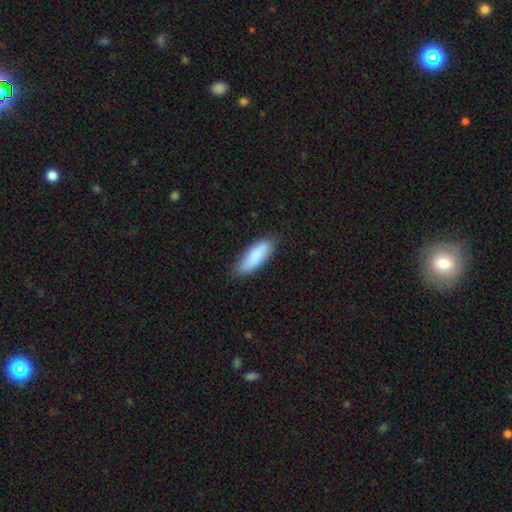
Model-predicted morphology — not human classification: smooth_or_featured: smooth (p=0.87) [alt: featured or disk p=0.08]
how_rounded: in between (p=0.62) [alt: cigar-shaped p=0.37]
merging: none (p=0.79) [alt: minor disturbance p=0.17]